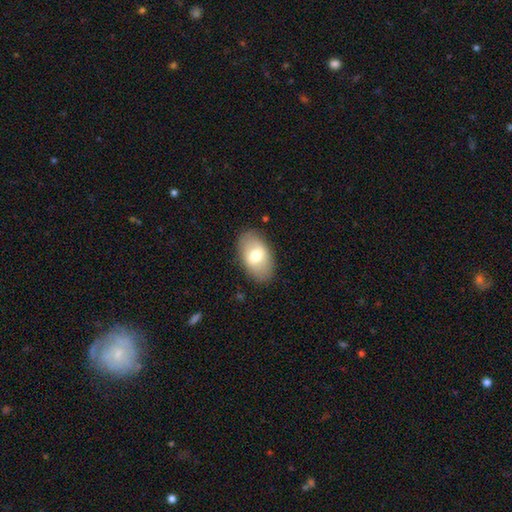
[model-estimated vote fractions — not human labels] The model was most divided on "smooth or featured": smooth: 65%, featured or disk: 29%, star or artifact: 6%. More confident: how rounded — in between (92%); merging — none (85%).